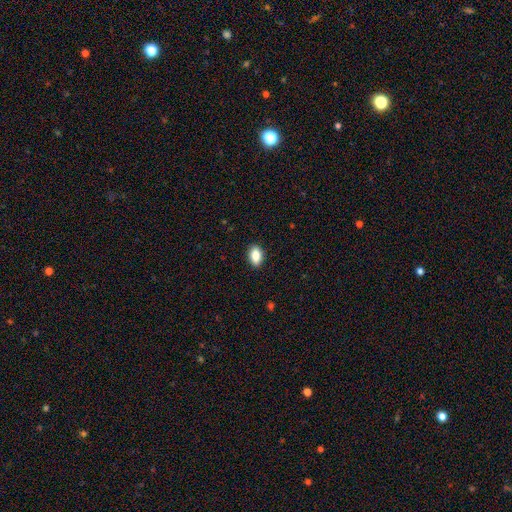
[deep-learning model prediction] smooth 87%, star or artifact 7%, featured or disk 5%. Down the decision tree: how rounded — in between (90%); merging — none (90%).